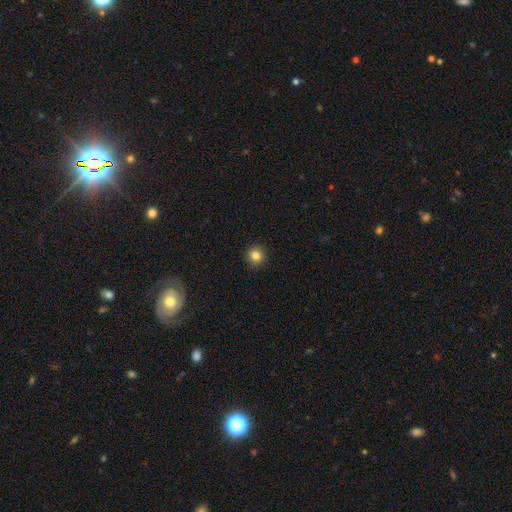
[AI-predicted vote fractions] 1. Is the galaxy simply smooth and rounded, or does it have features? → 83% smooth, 11% star or artifact, 5% featured or disk.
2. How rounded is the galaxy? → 92% round, 7% in between, 1% cigar-shaped.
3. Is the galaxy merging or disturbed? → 92% none, 5% minor disturbance, 2% major disturbance, 1% merger.